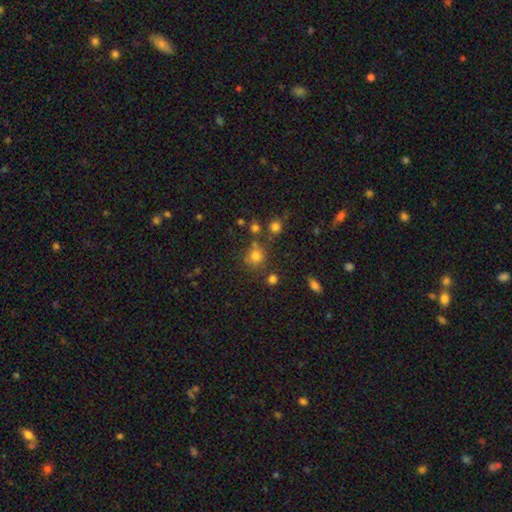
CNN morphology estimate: Overall: smooth (73%). How rounded: round (85%). Merging: none (68%).